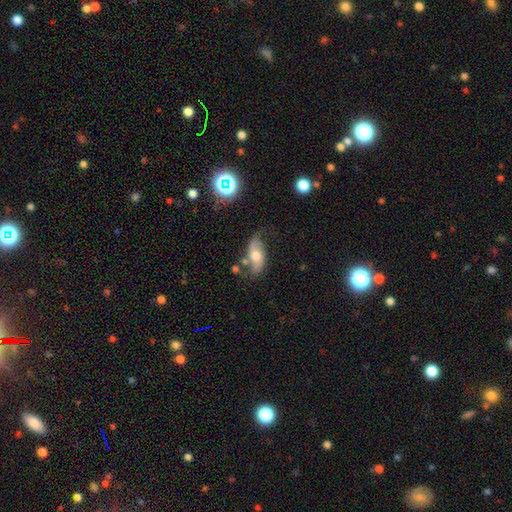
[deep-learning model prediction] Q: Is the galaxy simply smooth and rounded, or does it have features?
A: featured or disk — 57%.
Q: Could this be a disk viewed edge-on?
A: no — 88%.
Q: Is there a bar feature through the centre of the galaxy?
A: no — 68%.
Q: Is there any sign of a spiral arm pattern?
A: yes — 80%.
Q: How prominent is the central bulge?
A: moderate — 68%.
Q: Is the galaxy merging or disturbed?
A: none — 53%.